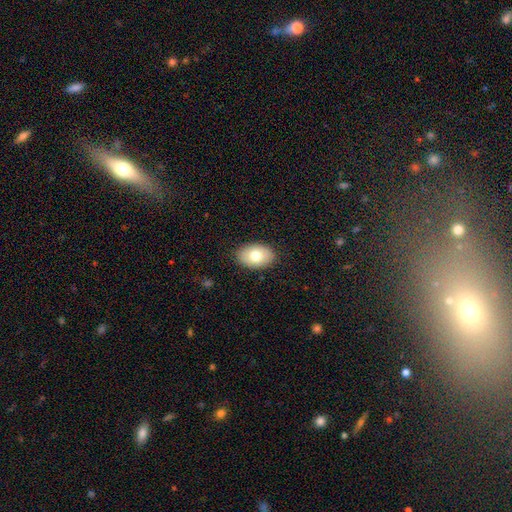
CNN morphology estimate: This appears to be a smooth galaxy with no disk features (76%) that is in between round and cigar-shaped (87%). Merging: none (88%).